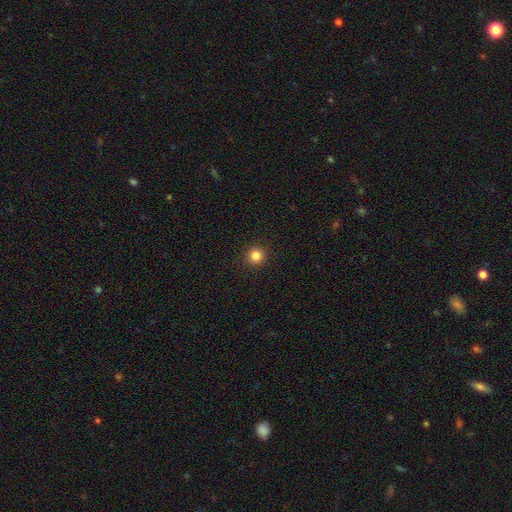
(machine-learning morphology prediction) smooth 84%, star or artifact 12%, featured or disk 4%. Down the decision tree: how rounded — round (94%); merging — none (93%).